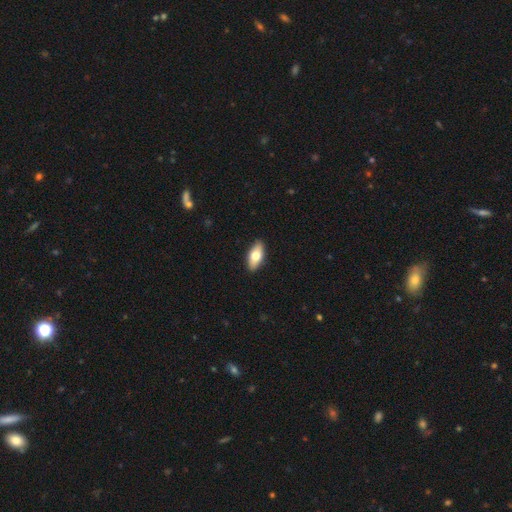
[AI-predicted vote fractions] A smooth galaxy with no disk features (72%) that is in between round and cigar-shaped (85%). Merging: none (90%).